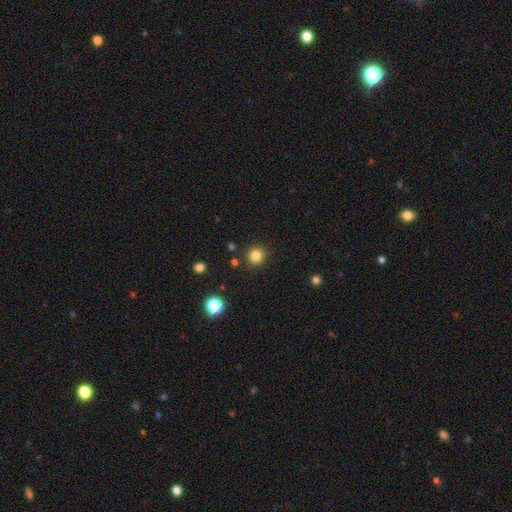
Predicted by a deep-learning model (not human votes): smooth-or-featured: smooth: 82% | star or artifact: 13% | featured or disk: 5%
  how-rounded: round: 89% | in between: 10% | cigar-shaped: 1%
  merging: none: 90% | minor disturbance: 6% | major disturbance: 2% | merger: 2%